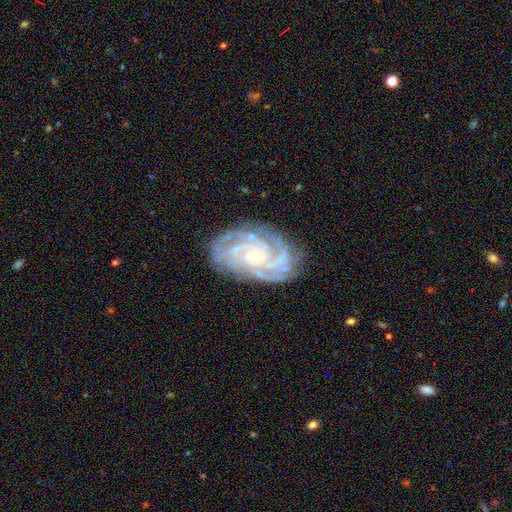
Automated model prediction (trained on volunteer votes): Q: Smooth or featured?
A: featured or disk (89%); runner-up: star or artifact (6%)
Q: Edge-on disk?
A: no (97%); runner-up: yes (3%)
Q: Bar?
A: no (73%); runner-up: weak (20%)
Q: Spiral arms?
A: yes (98%); runner-up: no (2%)
Q: Spiral winding?
A: tight (74%); runner-up: medium (23%)
Q: Spiral arm count?
A: 4 (30%); runner-up: 3 (23%)
Q: Bulge size?
A: small (81%); runner-up: moderate (14%)
Q: Merging?
A: none (79%); runner-up: minor disturbance (15%)